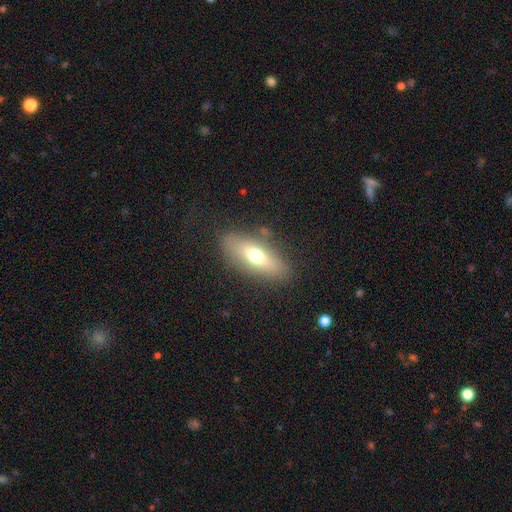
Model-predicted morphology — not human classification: Smooth or featured? smooth (61%)
How rounded? in between (68%)
Merging? none (83%)